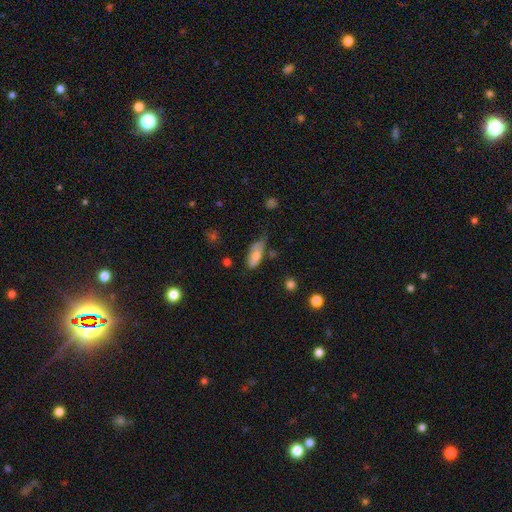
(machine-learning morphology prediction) Smooth or featured: smooth — 73% (featured or disk — 20%)
How rounded: in between — 82% (cigar-shaped — 15%)
Merging: minor disturbance — 41% (none — 39%)